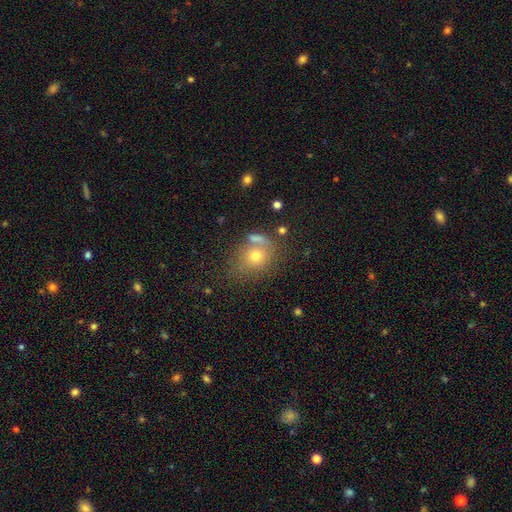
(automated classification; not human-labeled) smooth-or-featured: smooth: 70% | featured or disk: 17% | star or artifact: 13%
  how-rounded: round: 62% | in between: 37% | cigar-shaped: 1%
  merging: none: 51% | merger: 22% | minor disturbance: 17% | major disturbance: 10%